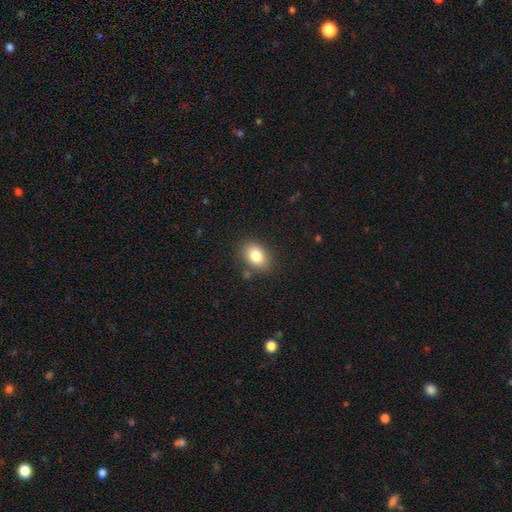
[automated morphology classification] smooth_or_featured: smooth (p=0.82) [alt: featured or disk p=0.09]
how_rounded: in between (p=0.75) [alt: round p=0.24]
merging: none (p=0.82) [alt: minor disturbance p=0.12]